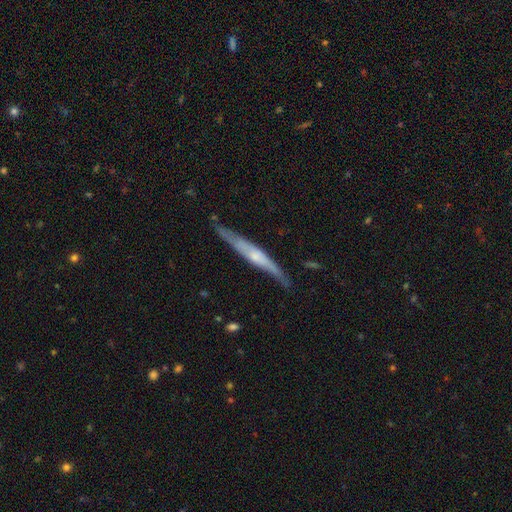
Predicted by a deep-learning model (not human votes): Smooth or featured?
  - featured or disk: 66% *
  - smooth: 29%
  - star or artifact: 5%
Edge-on disk?
  - yes: 88% *
  - no: 12%
Edge-on bulge?
  - rounded: 50% *
  - none: 36%
  - boxy: 14%
Merging?
  - none: 74% *
  - minor disturbance: 20%
  - major disturbance: 4%
  - merger: 2%